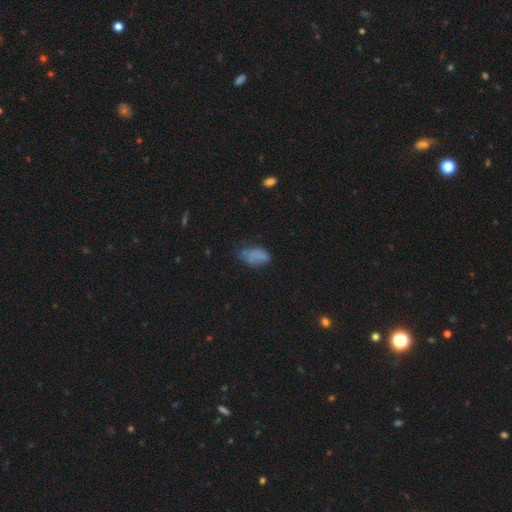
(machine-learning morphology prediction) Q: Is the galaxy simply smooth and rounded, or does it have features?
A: smooth — 66%.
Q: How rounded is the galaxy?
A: in between — 90%.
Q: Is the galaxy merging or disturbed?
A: none — 44%.